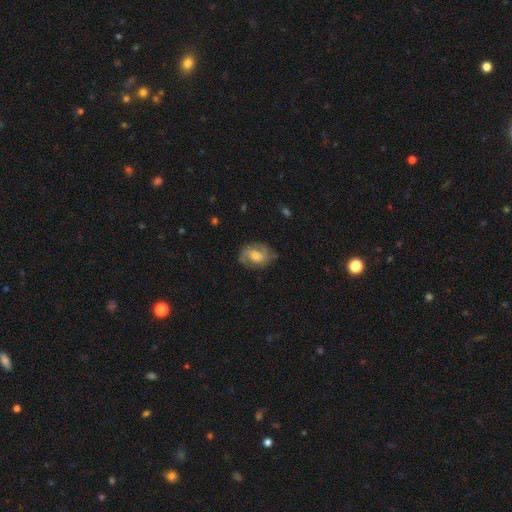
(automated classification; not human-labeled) smooth-or-featured: featured or disk: 68% | smooth: 25% | star or artifact: 7%
  disk-edge-on: no: 97% | yes: 3%
    bar: no: 51% | weak: 40% | strong: 9%
    has-spiral-arms: yes: 91% | no: 9%
      spiral-winding: medium: 48% | loose: 28% | tight: 24%
      spiral-arm-count: 2: 74% | can't tell: 12% | 3: 7% | 1: 4% | 4: 2% | more than 4: 2%
    bulge-size: moderate: 49% | small: 41% | large: 5% | none: 4% | dominant: 1%
  merging: none: 70% | minor disturbance: 20% | major disturbance: 8% | merger: 1%